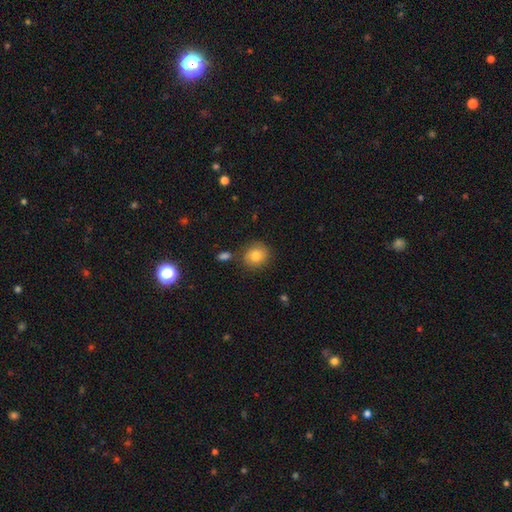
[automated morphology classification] smooth 81%, featured or disk 9%, star or artifact 9%. Down the decision tree: how rounded — round (85%); merging — none (81%).